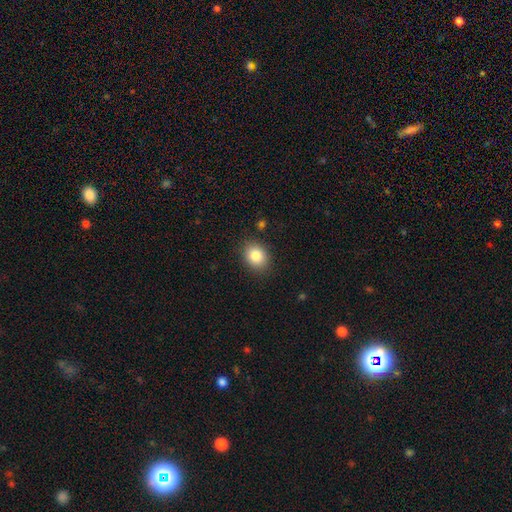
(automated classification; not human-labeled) Smooth or featured?
  - smooth: 84% *
  - star or artifact: 10%
  - featured or disk: 7%
How rounded?
  - round: 52% *
  - in between: 47%
  - cigar-shaped: 1%
Merging?
  - none: 86% *
  - minor disturbance: 9%
  - major disturbance: 3%
  - merger: 2%